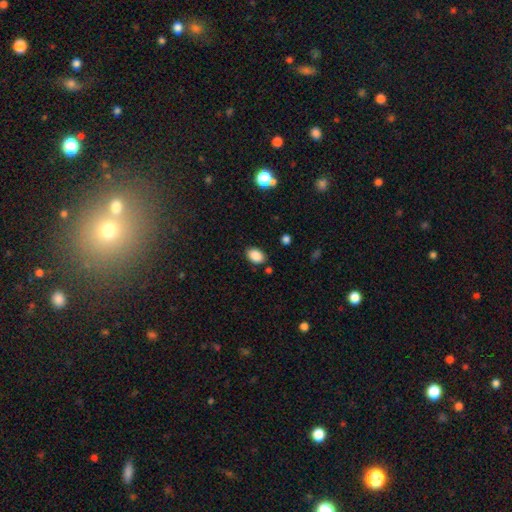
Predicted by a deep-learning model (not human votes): This appears to be a smooth galaxy with no disk features (88%) that is in between round and cigar-shaped (82%). Merging: none (83%).